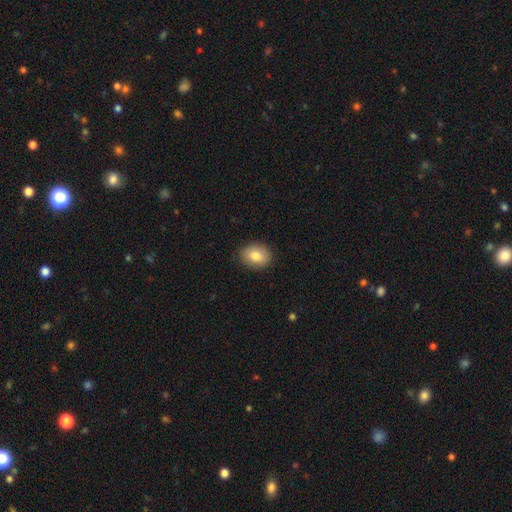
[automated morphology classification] A smooth galaxy with no disk features (82%) that is in between round and cigar-shaped (61%).

Vote fractions:
- Smooth or featured? smooth: 82% / featured or disk: 10% / star or artifact: 8%
- How rounded? in between: 61% / round: 38% / cigar-shaped: 1%
- Merging? none: 88% / minor disturbance: 9% / major disturbance: 2% / merger: 1%